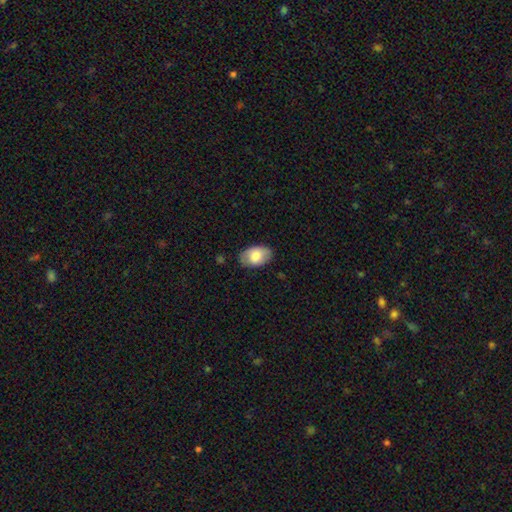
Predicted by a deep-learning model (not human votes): Smooth or featured? smooth (78%)
How rounded? in between (91%)
Merging? none (79%)